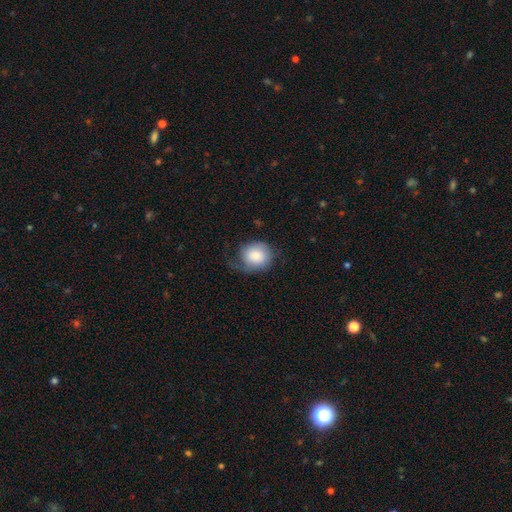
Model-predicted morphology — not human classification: Smooth or featured? smooth (73%)
How rounded? round (70%)
Merging? none (44%)